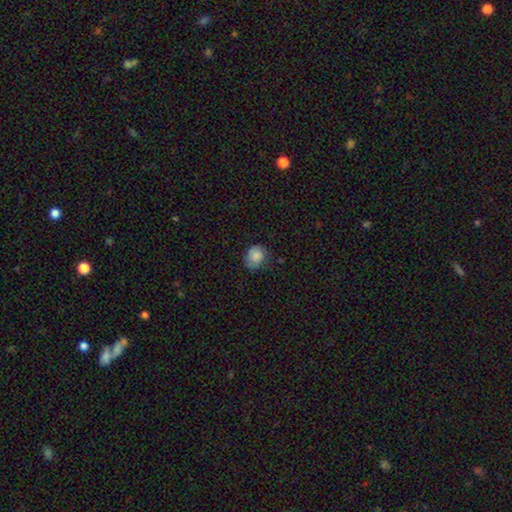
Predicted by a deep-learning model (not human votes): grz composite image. It shows a smooth galaxy with no disk features (85%) that is round (59%). Merging: none (67%).